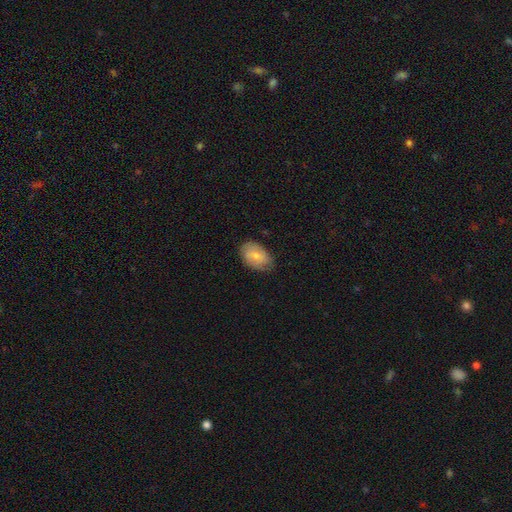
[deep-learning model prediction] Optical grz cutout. It shows a smooth galaxy with no disk features (70%) that is in between round and cigar-shaped (87%). Merging: none (74%).